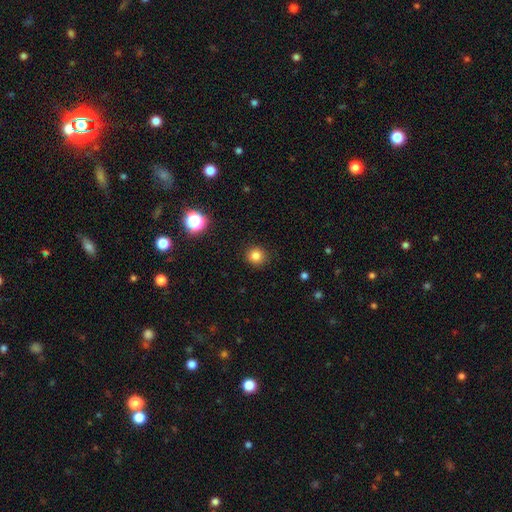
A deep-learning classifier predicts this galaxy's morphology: Q: Smooth or featured?
A: smooth (82%); runner-up: star or artifact (13%)
Q: How rounded?
A: round (90%); runner-up: in between (9%)
Q: Merging?
A: none (90%); runner-up: minor disturbance (6%)